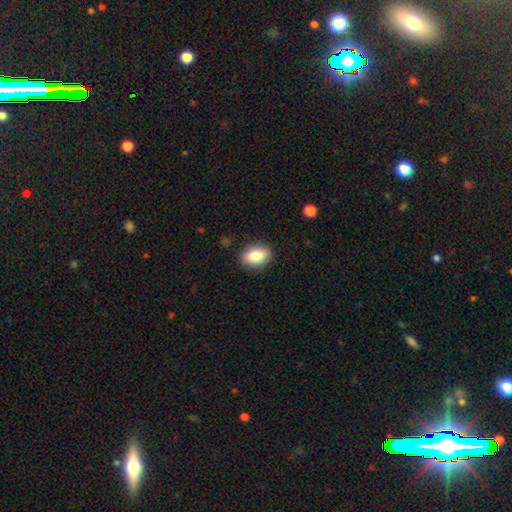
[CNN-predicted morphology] smooth 84%, featured or disk 9%, star or artifact 8%. Down the decision tree: how rounded — in between (80%); merging — none (88%).